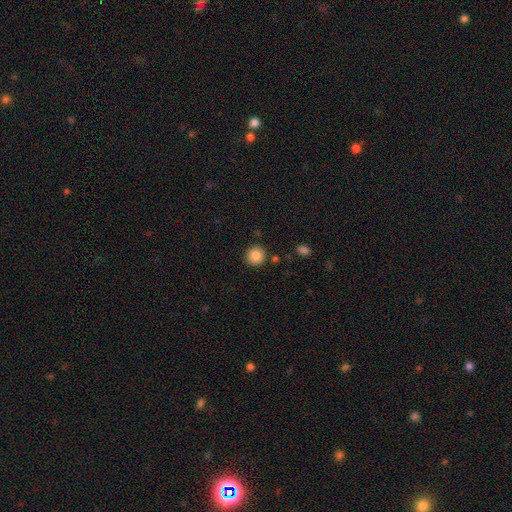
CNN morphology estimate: This is clearly a smooth galaxy (87%). How rounded: clearly round (92%). Merging: clearly none (87%).